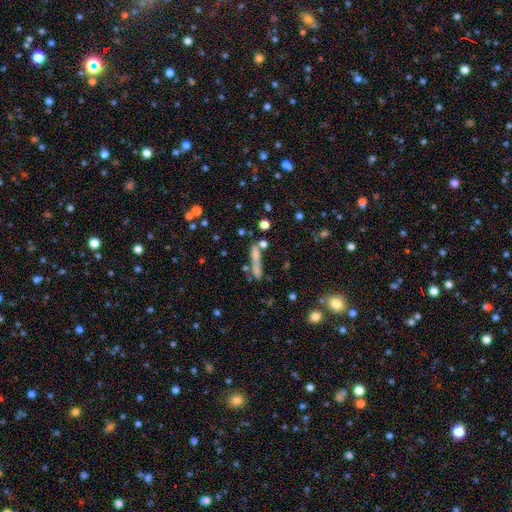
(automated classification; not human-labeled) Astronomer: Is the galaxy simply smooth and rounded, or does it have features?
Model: smooth — 60%.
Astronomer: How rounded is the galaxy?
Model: cigar-shaped — 81%.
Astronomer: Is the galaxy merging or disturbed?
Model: none — 51%.